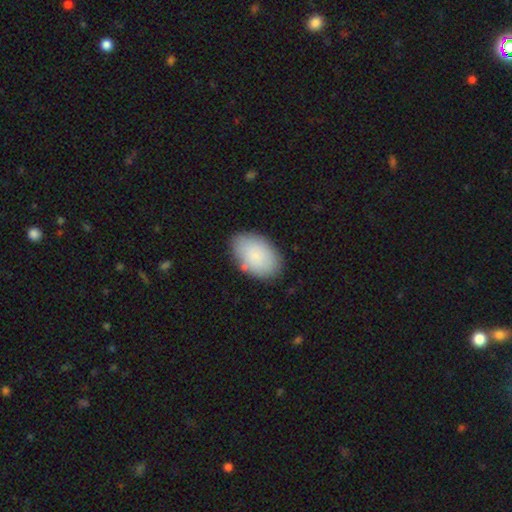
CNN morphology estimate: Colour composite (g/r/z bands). It shows a smooth galaxy with no disk features (85%) that is in between round and cigar-shaped (92%). Merging: none (82%).